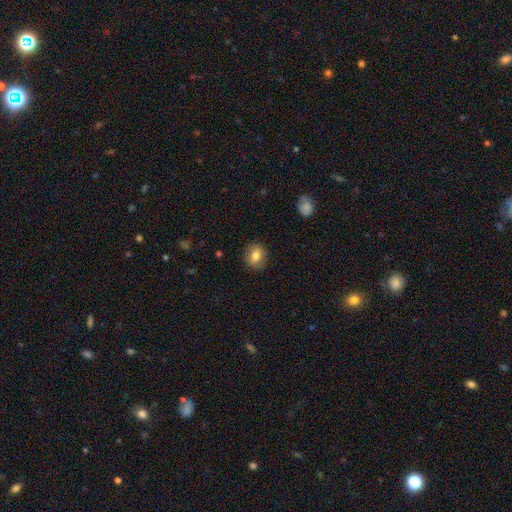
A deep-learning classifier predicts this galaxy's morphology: Smooth or featured? Predicted: smooth (p=0.78). How rounded? Predicted: round (p=0.67). Merging? Predicted: none (p=0.88).